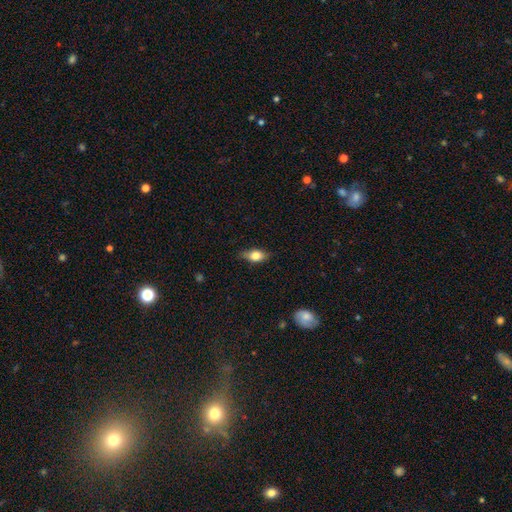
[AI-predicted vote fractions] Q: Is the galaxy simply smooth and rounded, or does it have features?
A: smooth — 70%.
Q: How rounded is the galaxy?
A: in between — 80%.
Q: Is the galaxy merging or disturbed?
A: none — 76%.